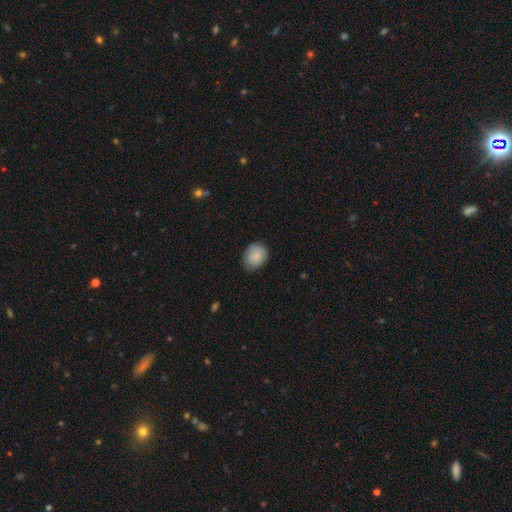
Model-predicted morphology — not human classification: Overall: smooth (86%). How rounded: round (51%; in between 48%). Merging: none (73%).